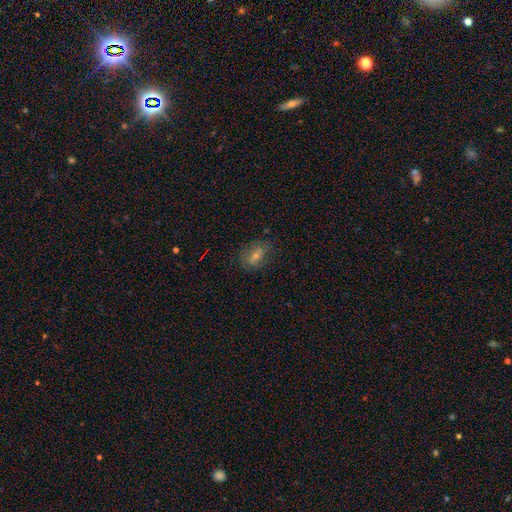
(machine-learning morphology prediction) Smooth or featured: smooth — 49% (featured or disk — 36%)
Merging: none — 71% (minor disturbance — 19%)